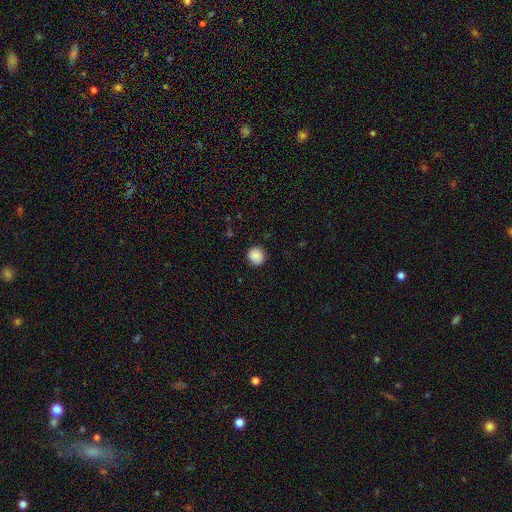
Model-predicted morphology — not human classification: Smooth or featured: smooth — 88% (star or artifact — 9%)
How rounded: round — 94% (in between — 5%)
Merging: none — 91% (minor disturbance — 6%)